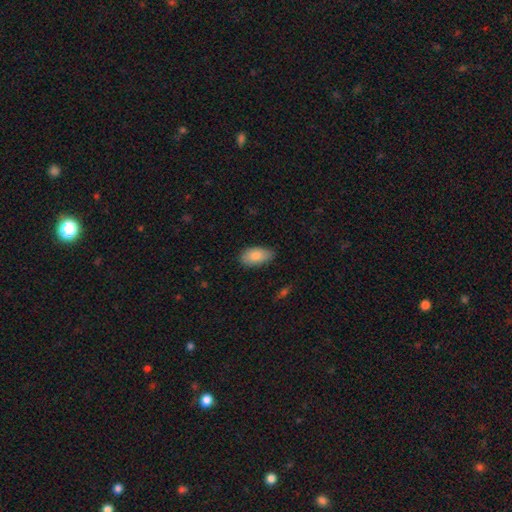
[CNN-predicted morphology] smooth 85%, featured or disk 8%, star or artifact 7%. Down the decision tree: how rounded — in between (94%); merging — none (77%).